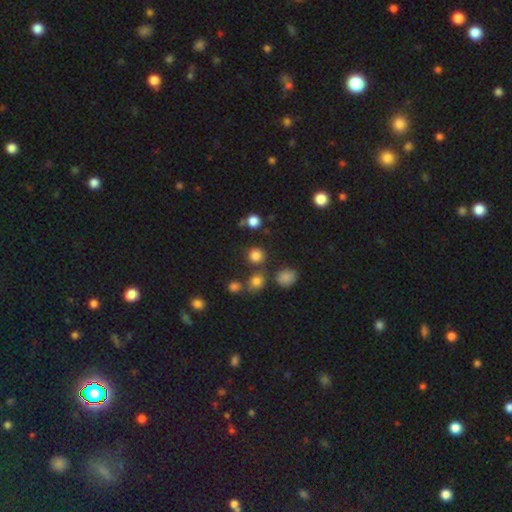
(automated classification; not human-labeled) Morphology: type=smooth (79%); roundness=round (91%); merging=none (77%).